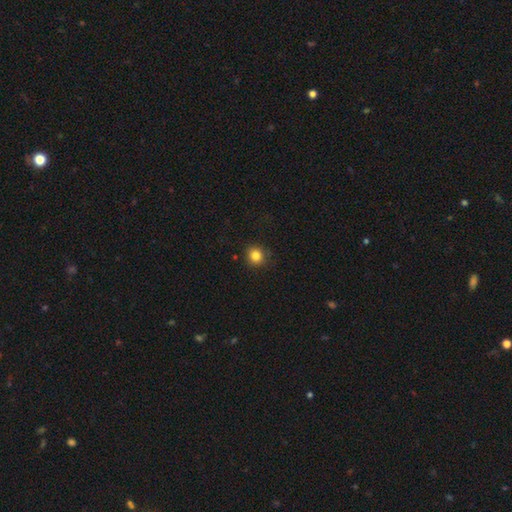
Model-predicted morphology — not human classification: Smooth or featured? Predicted: smooth (p=0.83). How rounded? Predicted: round (p=0.91). Merging? Predicted: none (p=0.88).